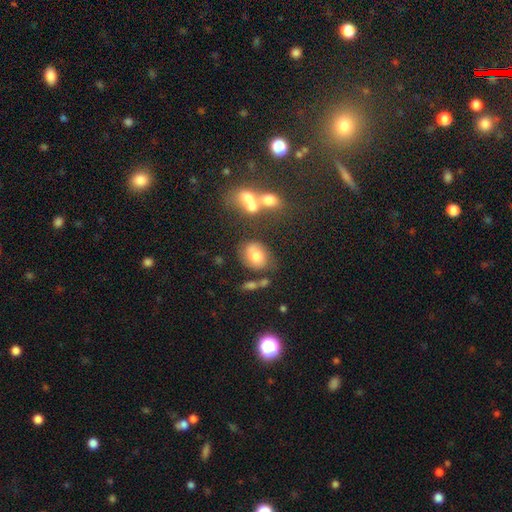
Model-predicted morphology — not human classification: Overall: smooth (67%). How rounded: in between (66%; round 32%). Merging: none (57%; minor disturbance 20%).